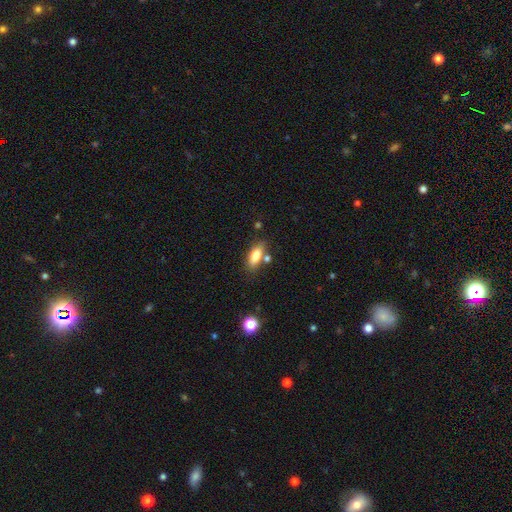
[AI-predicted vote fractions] Morphology: type=smooth (79%); roundness=in between (79%); merging=none (70%).